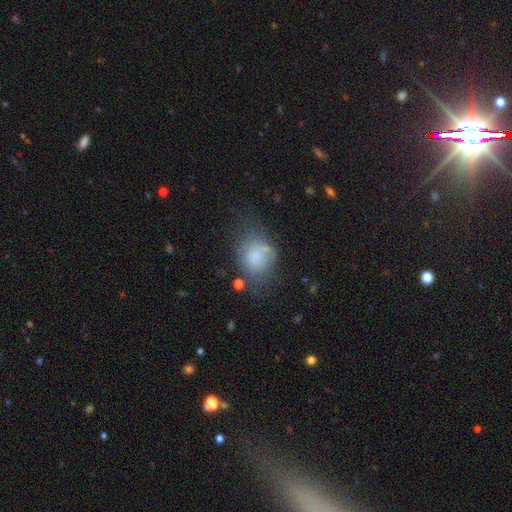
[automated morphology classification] Smooth or featured?
  - smooth: 71% *
  - featured or disk: 17%
  - star or artifact: 12%
How rounded?
  - in between: 55% *
  - round: 43%
  - cigar-shaped: 1%
Merging?
  - none: 42% *
  - minor disturbance: 32%
  - major disturbance: 19%
  - merger: 7%